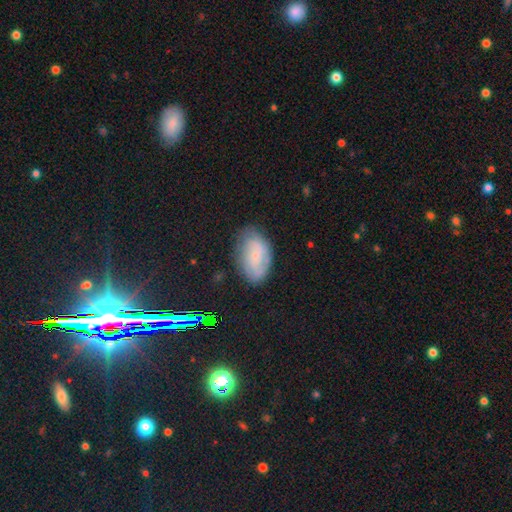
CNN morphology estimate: smooth 45%, featured or disk 44%, star or artifact 11%. Down the decision tree: merging — none (73%).